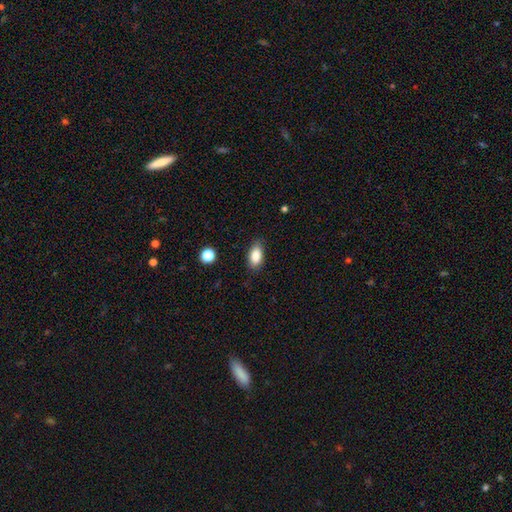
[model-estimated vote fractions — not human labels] Morphology: type=smooth (86%); roundness=in between (90%); merging=none (83%).